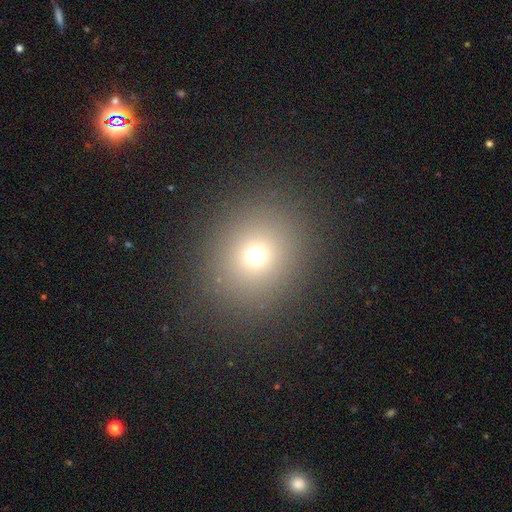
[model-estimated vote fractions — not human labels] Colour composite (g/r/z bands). It shows a smooth galaxy with no disk features (69%) that is round (80%). Merging: none (88%).